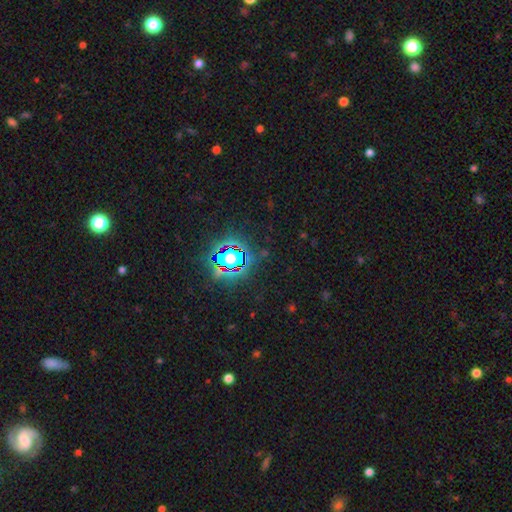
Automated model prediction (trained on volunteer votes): This appears to be a star or artifact, not a galaxy (78%).